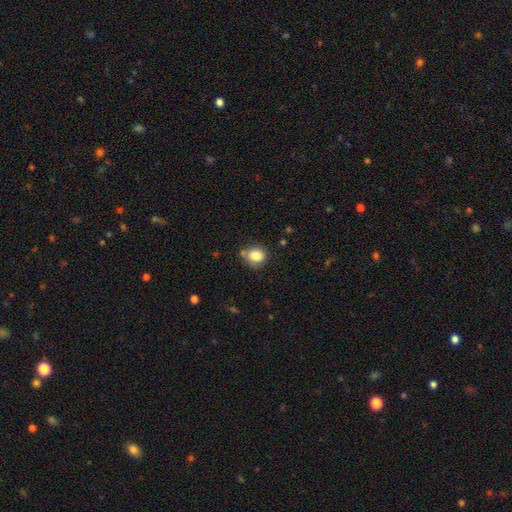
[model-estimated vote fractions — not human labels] Smooth or featured: smooth — 83% (star or artifact — 10%)
How rounded: round — 71% (in between — 28%)
Merging: none — 70% (minor disturbance — 19%)